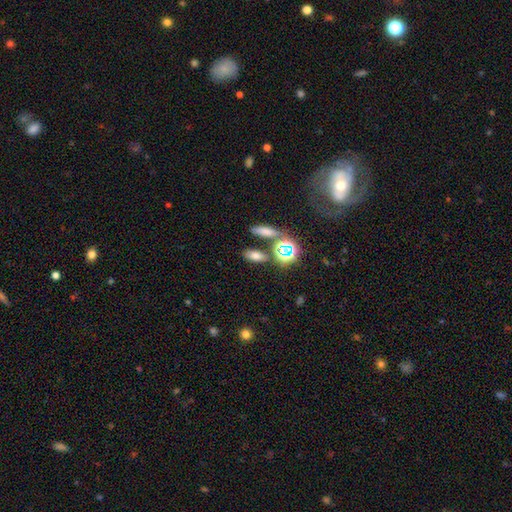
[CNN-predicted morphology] Q: Smooth or featured?
A: smooth (67%); runner-up: star or artifact (21%)
Q: How rounded?
A: in between (76%); runner-up: cigar-shaped (13%)
Q: Merging?
A: none (73%); runner-up: merger (14%)